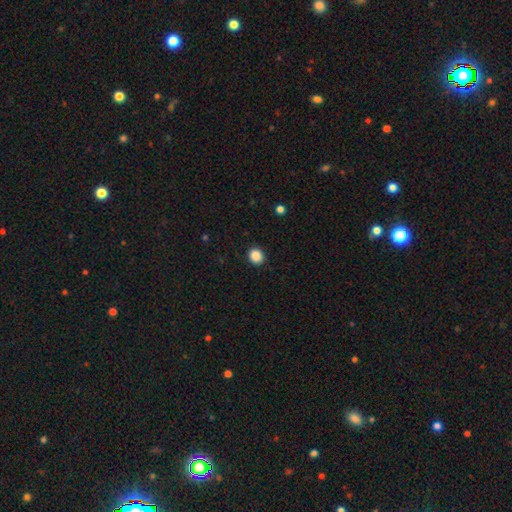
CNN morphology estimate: smooth_or_featured: smooth (p=0.87) [alt: star or artifact p=0.10]
how_rounded: round (p=0.80) [alt: in between p=0.19]
merging: none (p=0.91) [alt: minor disturbance p=0.06]